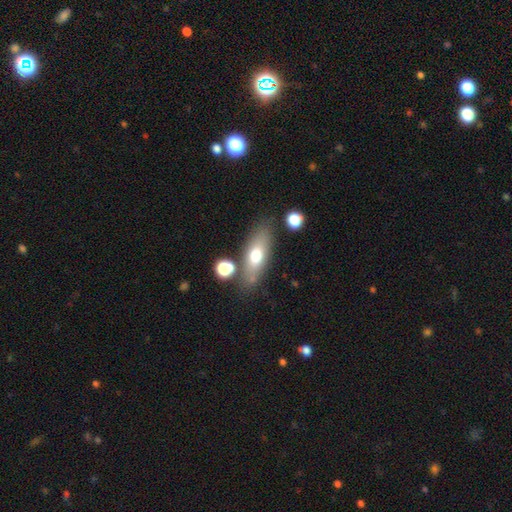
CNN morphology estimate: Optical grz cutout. It shows a smooth galaxy with no disk features (66%) that is in between round and cigar-shaped (64%). Merging: none (74%).